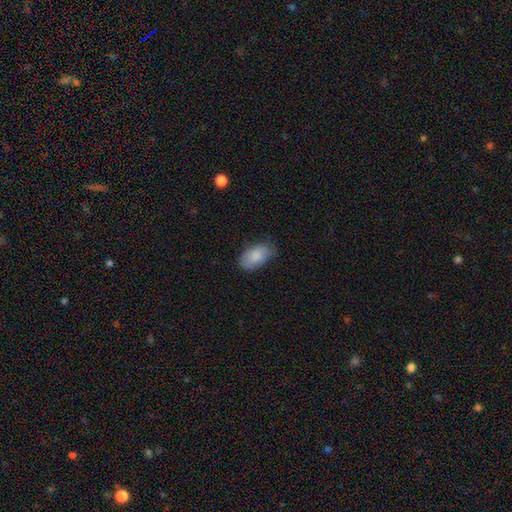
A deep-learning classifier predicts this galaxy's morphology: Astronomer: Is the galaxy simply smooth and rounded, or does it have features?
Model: smooth — 85%.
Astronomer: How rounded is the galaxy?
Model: in between — 93%.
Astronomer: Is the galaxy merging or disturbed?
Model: none — 72%.